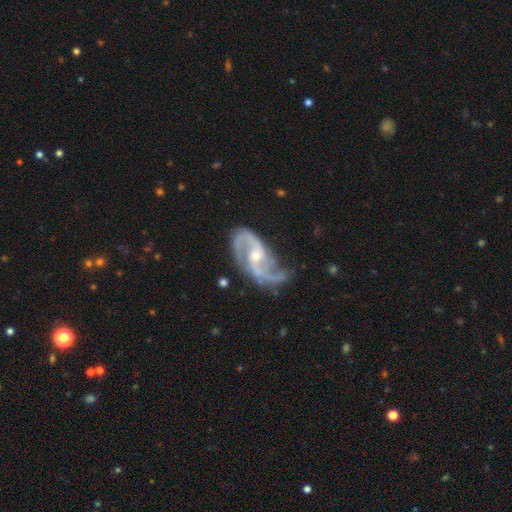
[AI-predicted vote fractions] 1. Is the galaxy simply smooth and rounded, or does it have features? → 91% featured or disk, 5% star or artifact, 4% smooth.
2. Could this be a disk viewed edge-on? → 97% no, 3% yes.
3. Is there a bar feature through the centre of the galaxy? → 44% no, 40% weak, 15% strong.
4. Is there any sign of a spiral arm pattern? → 97% yes, 3% no.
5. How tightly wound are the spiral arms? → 45% loose, 42% medium, 13% tight.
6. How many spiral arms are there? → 85% 2, 5% 3, 4% can't tell, 3% 1, 2% 4, 2% more than 4.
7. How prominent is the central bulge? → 50% small, 46% moderate, 1% large, 1% none, 1% dominant.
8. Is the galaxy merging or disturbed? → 54% none, 26% minor disturbance, 17% major disturbance, 4% merger.